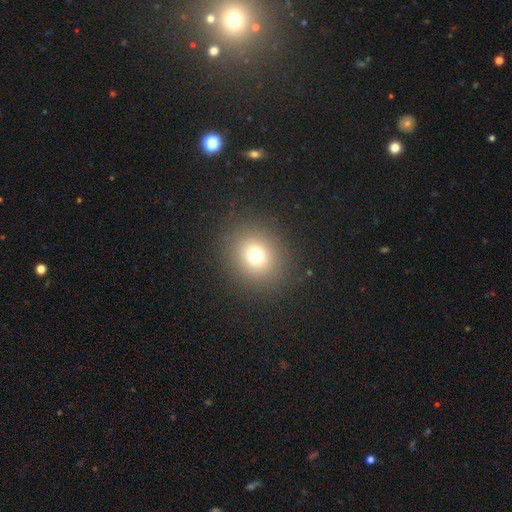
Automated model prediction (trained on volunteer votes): This is likely a smooth galaxy (71%). How rounded: clearly round (82%). Merging: clearly none (89%).